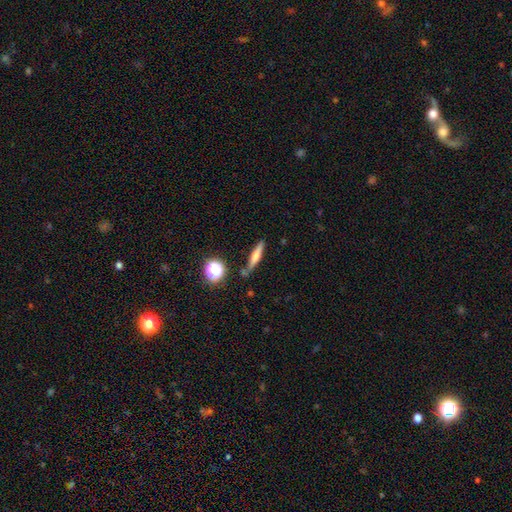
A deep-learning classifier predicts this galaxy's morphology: smooth 51%, featured or disk 38%, star or artifact 11%. Down the decision tree: how rounded — cigar-shaped (82%); merging — none (79%).